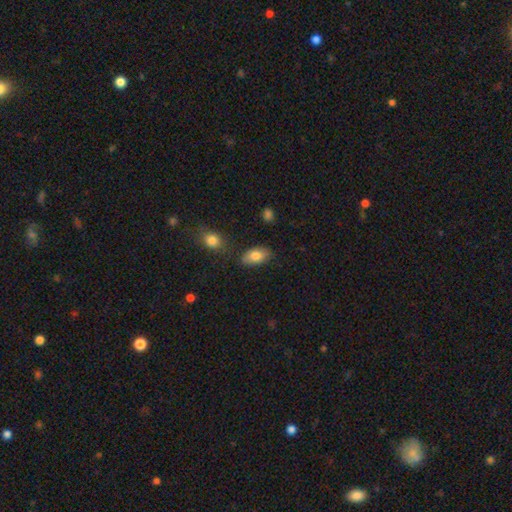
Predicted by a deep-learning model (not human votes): The model was most divided on "merging": none: 78%, minor disturbance: 15%, merger: 4%, major disturbance: 3%. More confident: how rounded — in between (91%); smooth or featured — smooth (81%).